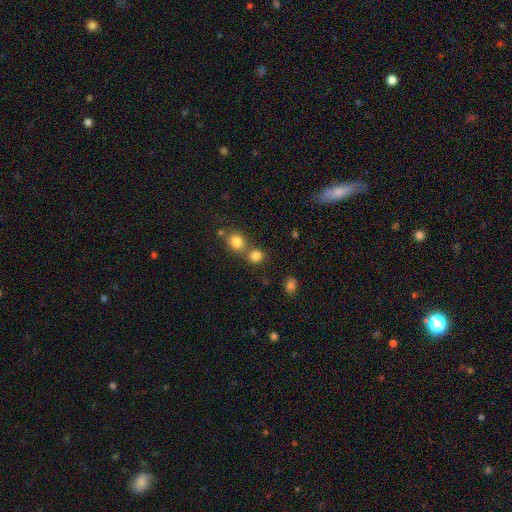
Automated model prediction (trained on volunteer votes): Smooth or featured: smooth — 82% (star or artifact — 12%)
How rounded: round — 77% (in between — 22%)
Merging: none — 53% (merger — 36%)